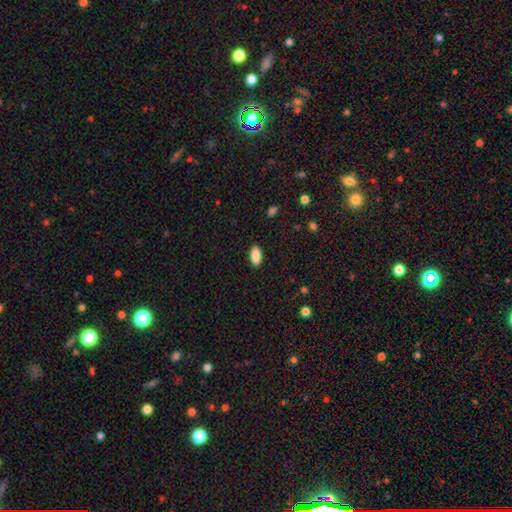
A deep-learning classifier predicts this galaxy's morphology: smooth-or-featured: smooth: 88% | star or artifact: 7% | featured or disk: 5%
  how-rounded: in between: 92% | cigar-shaped: 6% | round: 3%
  merging: none: 90% | minor disturbance: 8% | major disturbance: 2% | merger: 1%